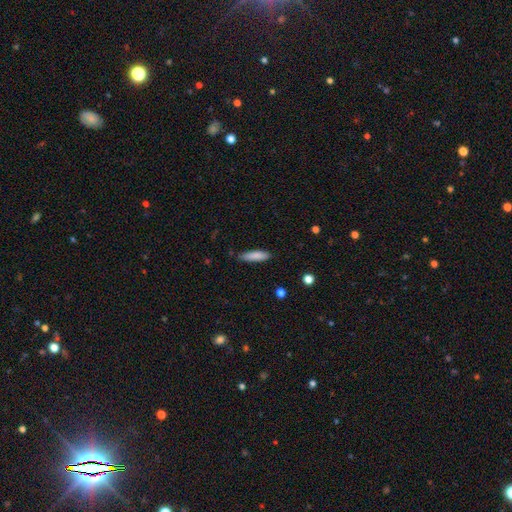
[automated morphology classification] The model was most divided on "how rounded": cigar-shaped: 72%, in between: 27%, round: 1%. More confident: smooth or featured — smooth (85%); merging — none (84%).